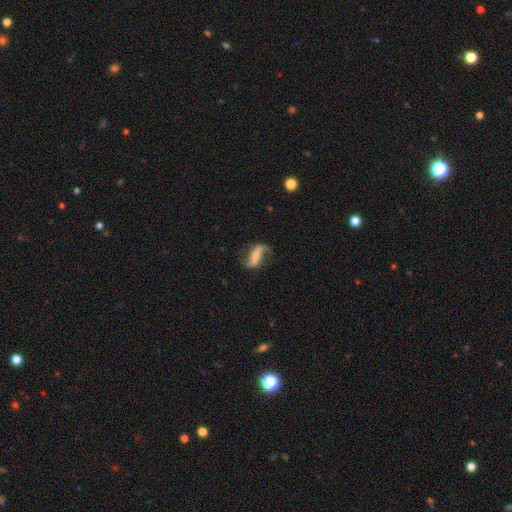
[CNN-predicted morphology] This appears to be a featured or disk galaxy (80%) with a strong bar (40%), 2 (88%) loose (82%) spiral arms (94%) and a small central bulge (38%). Merging: none (70%).